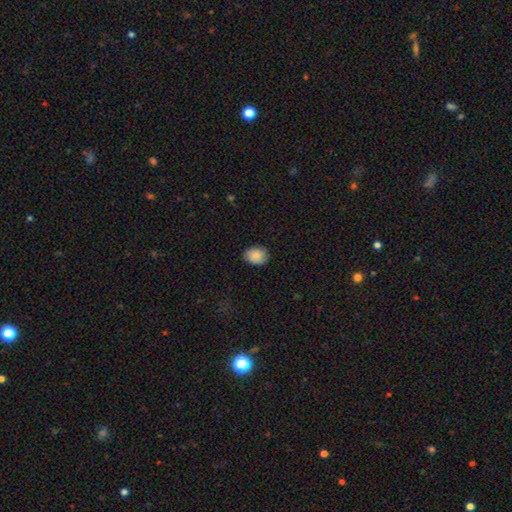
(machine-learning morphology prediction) Smooth or featured? smooth (83%)
How rounded? in between (57%)
Merging? none (80%)